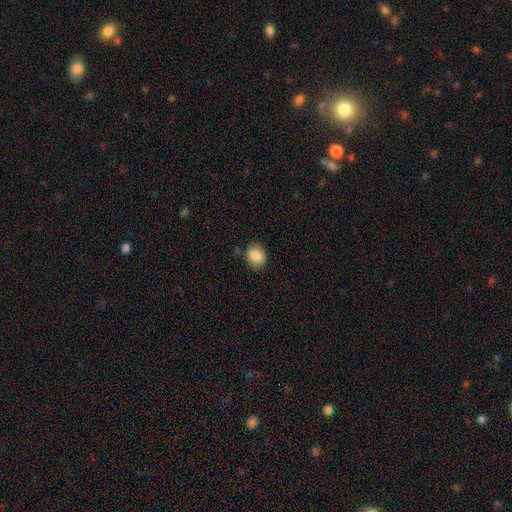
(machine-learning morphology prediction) This appears to be a smooth galaxy with no disk features (85%) that is in between round and cigar-shaped (60%). Merging: none (78%).